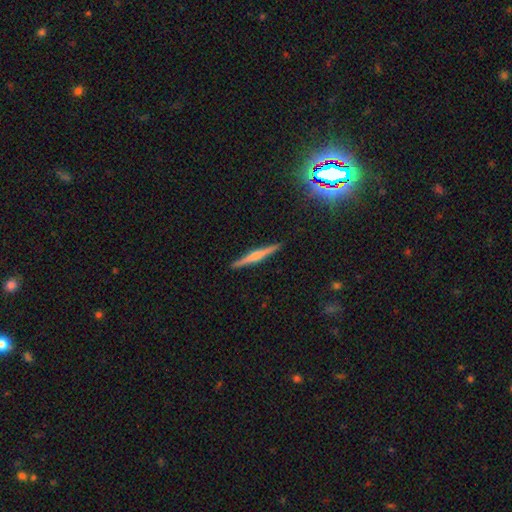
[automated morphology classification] This appears to be a featured or disk galaxy (62%) viewed edge-on (98%) with a rounded central bulge (64%). Merging: none (92%).